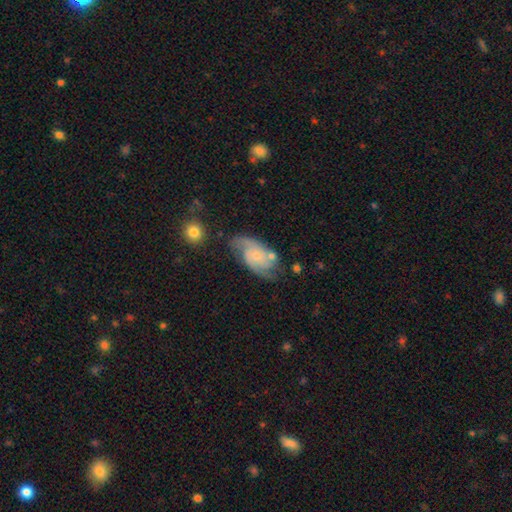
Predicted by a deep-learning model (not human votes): This appears to be a featured or disk galaxy (77%) with no bar (69%), 2 (76%) medium (47%) spiral arms (95%) and a small central bulge (70%). Merging: none (61%).